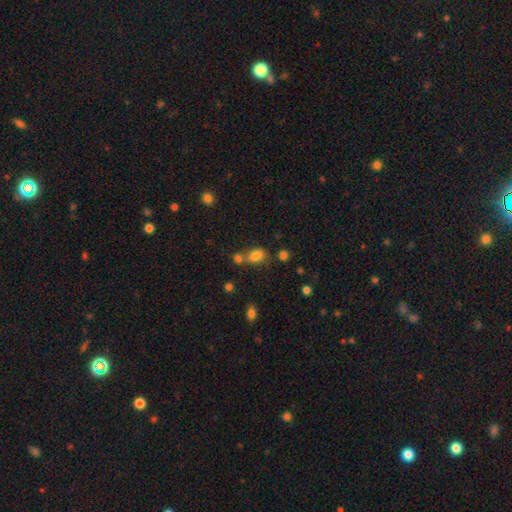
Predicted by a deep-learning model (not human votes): A smooth galaxy with no disk features (80%) that is in between round and cigar-shaped (79%).

Vote fractions:
- Smooth or featured? smooth: 80% / star or artifact: 12% / featured or disk: 8%
- How rounded? in between: 79% / round: 18% / cigar-shaped: 2%
- Merging? none: 48% / merger: 33% / minor disturbance: 14% / major disturbance: 6%